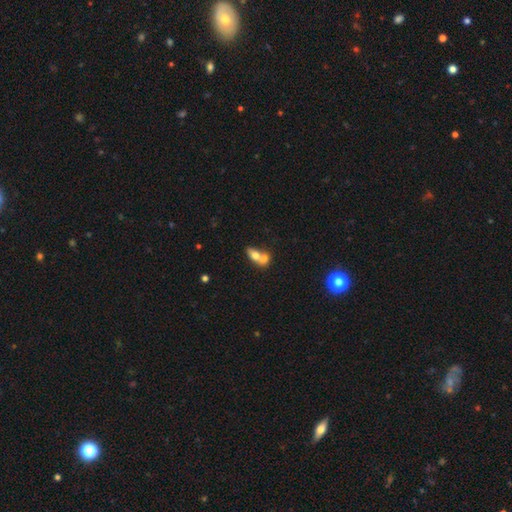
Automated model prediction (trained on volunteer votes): This appears to be a smooth galaxy with no disk features (68%) that is in between round and cigar-shaped (70%). Merging: merger (72%).